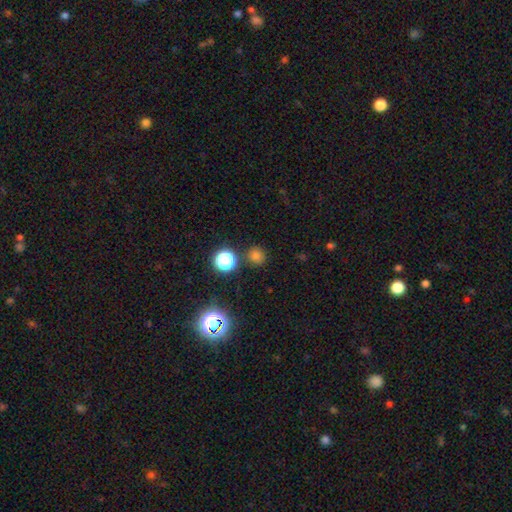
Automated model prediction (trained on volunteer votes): The model was most divided on "smooth or featured": smooth: 69%, star or artifact: 26%, featured or disk: 5%. More confident: how rounded — round (90%); merging — none (86%).